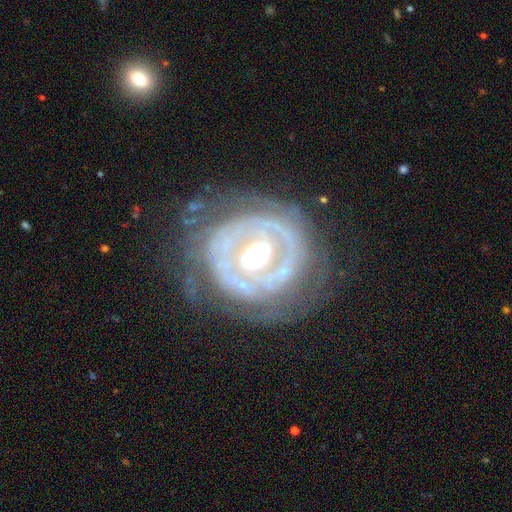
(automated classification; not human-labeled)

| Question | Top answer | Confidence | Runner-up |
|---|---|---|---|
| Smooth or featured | featured or disk | 83% | smooth (11%) |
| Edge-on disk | no | 96% | yes (4%) |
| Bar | no | 43% | weak (29%) |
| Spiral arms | yes | 71% | no (29%) |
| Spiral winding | tight | 66% | medium (23%) |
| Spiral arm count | can't tell | 36% | 2 (33%) |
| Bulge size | moderate | 54% | large (34%) |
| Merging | none | 63% | minor disturbance (20%) |